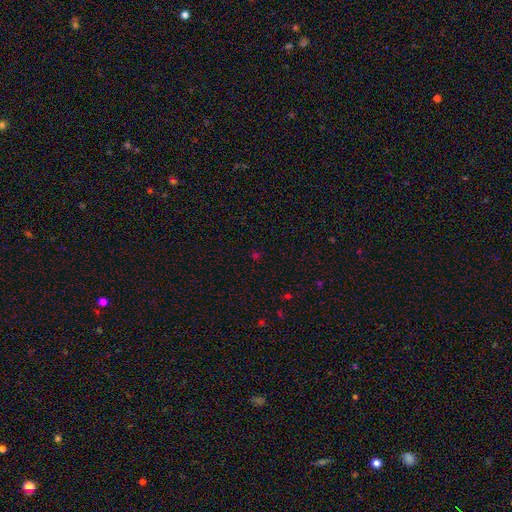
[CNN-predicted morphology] Smooth or featured?
  - star or artifact: 54% *
  - smooth: 40%
  - featured or disk: 6%